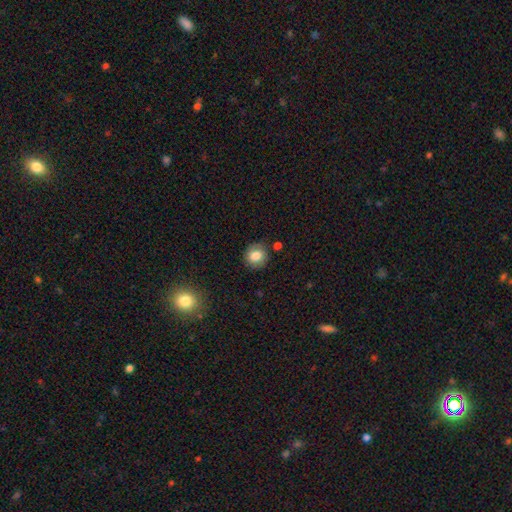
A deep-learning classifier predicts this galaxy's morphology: A smooth galaxy with no disk features (82%) that is round (86%).

Vote fractions:
- Smooth or featured? smooth: 82% / star or artifact: 9% / featured or disk: 9%
- How rounded? round: 86% / in between: 13% / cigar-shaped: 1%
- Merging? none: 85% / minor disturbance: 10% / merger: 3% / major disturbance: 3%